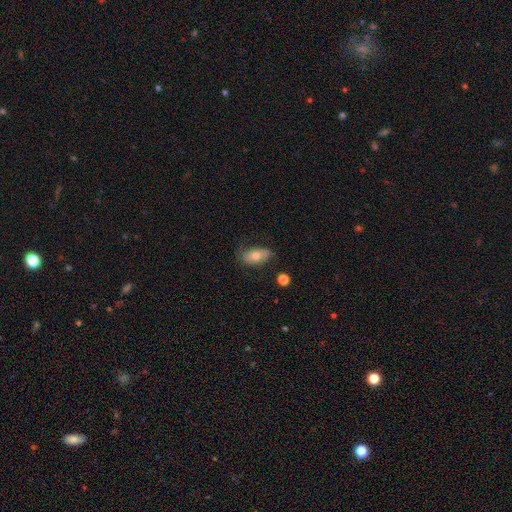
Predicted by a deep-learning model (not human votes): Overall: smooth (67%). How rounded: in between (90%). Merging: none (65%; minor disturbance 26%).